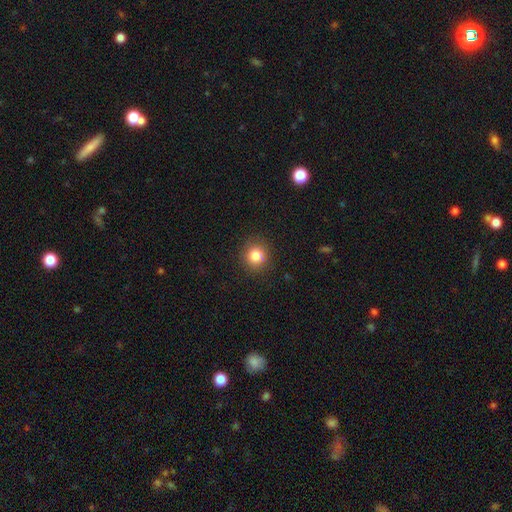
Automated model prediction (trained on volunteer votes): Smooth or featured?
  - smooth: 82% *
  - star or artifact: 12%
  - featured or disk: 6%
How rounded?
  - round: 88% *
  - in between: 11%
  - cigar-shaped: 1%
Merging?
  - none: 83% *
  - minor disturbance: 11%
  - major disturbance: 3%
  - merger: 3%